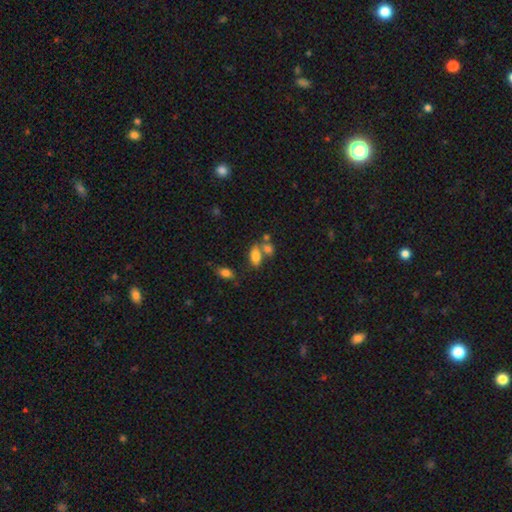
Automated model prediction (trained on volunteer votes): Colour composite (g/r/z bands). It shows a smooth galaxy with no disk features (78%) that is in between round and cigar-shaped (89%). Merging: none (45%).